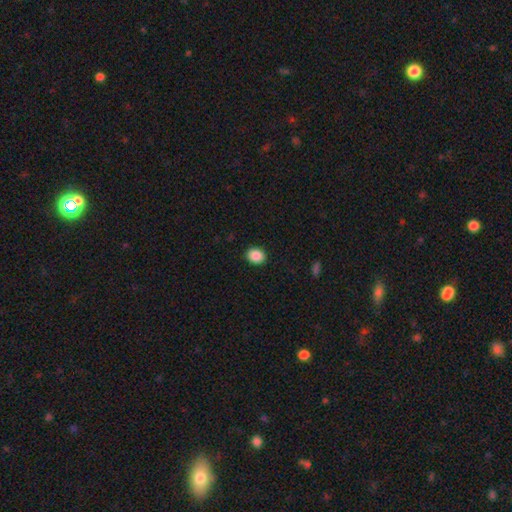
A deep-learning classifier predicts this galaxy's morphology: Q: Smooth or featured?
A: smooth (88%); runner-up: star or artifact (8%)
Q: How rounded?
A: round (60%); runner-up: in between (39%)
Q: Merging?
A: none (91%); runner-up: minor disturbance (6%)